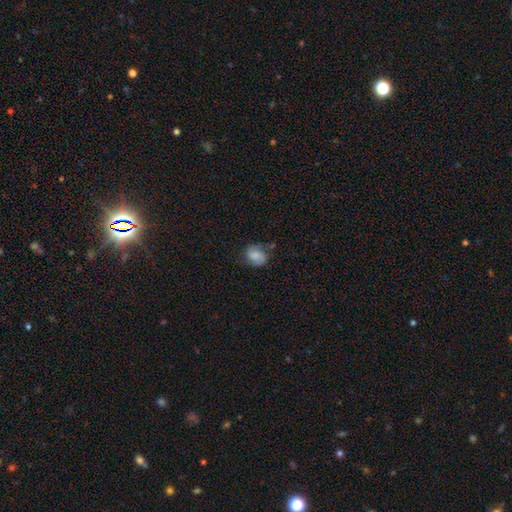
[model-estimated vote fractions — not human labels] This appears to be a smooth galaxy with no disk features (59%) that is in between round and cigar-shaped (54%). Merging: none (60%).